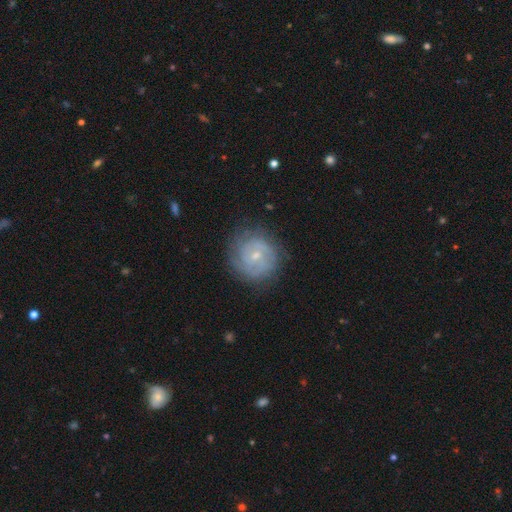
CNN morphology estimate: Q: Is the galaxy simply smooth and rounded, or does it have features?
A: featured or disk — 76%.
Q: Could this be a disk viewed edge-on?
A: no — 98%.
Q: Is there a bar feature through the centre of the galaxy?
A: no — 51%.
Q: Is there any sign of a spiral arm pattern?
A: yes — 91%.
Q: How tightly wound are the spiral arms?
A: tight — 67%.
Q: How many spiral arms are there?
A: can't tell — 35%.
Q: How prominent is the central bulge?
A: small — 63%.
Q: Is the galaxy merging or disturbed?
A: none — 80%.